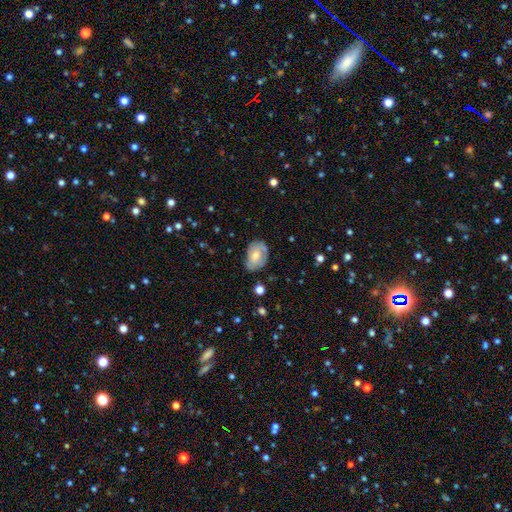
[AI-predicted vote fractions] Smooth or featured?
  - smooth: 55% *
  - featured or disk: 38%
  - star or artifact: 7%
How rounded?
  - in between: 81% *
  - round: 18%
  - cigar-shaped: 1%
Merging?
  - none: 63% *
  - minor disturbance: 28%
  - major disturbance: 7%
  - merger: 2%